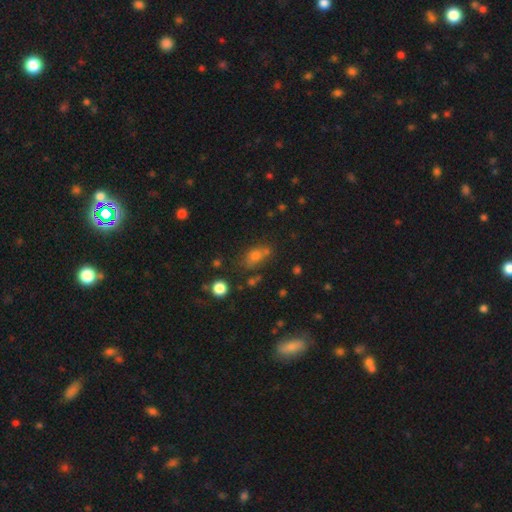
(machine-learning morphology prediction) smooth-or-featured: smooth: 64% | star or artifact: 23% | featured or disk: 13%
  how-rounded: in between: 65% | round: 29% | cigar-shaped: 6%
  merging: none: 58% | merger: 19% | minor disturbance: 16% | major disturbance: 7%